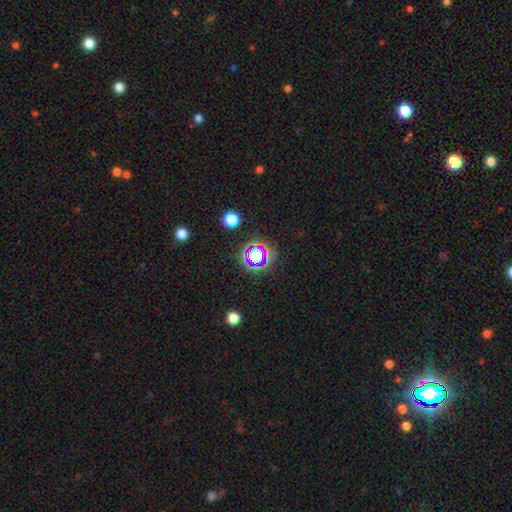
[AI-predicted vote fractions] A star or artifact, not a galaxy (65%).

Vote fractions:
- Smooth or featured? star or artifact: 65% / smooth: 24% / featured or disk: 12%